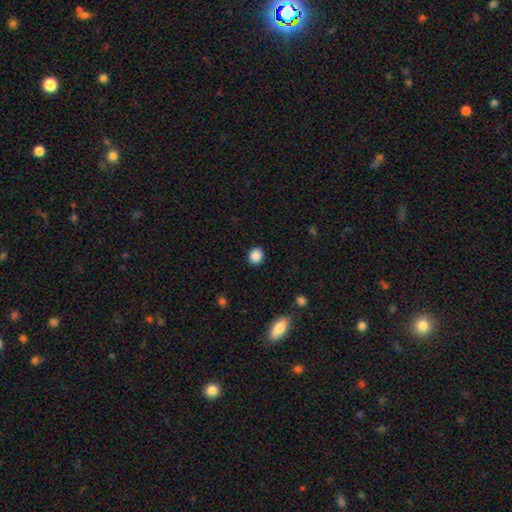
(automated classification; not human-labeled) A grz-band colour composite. It shows a smooth galaxy with no disk features (88%) that is round (80%). Merging: none (90%).